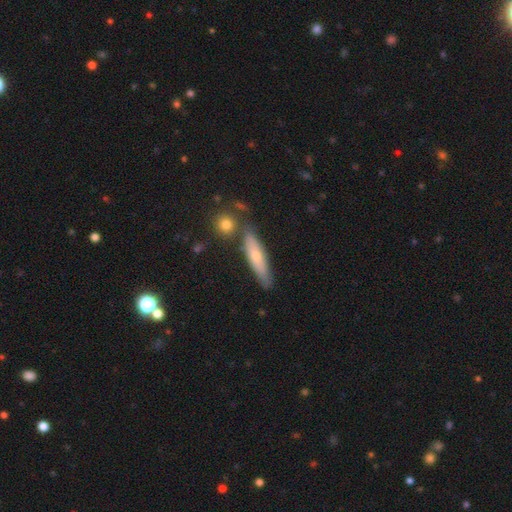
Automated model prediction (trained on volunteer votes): A smooth galaxy with no disk features (54%) that is cigar-shaped (77%).

Vote fractions:
- Smooth or featured? smooth: 54% / featured or disk: 39% / star or artifact: 7%
- How rounded? cigar-shaped: 77% / in between: 21% / round: 2%
- Merging? none: 75% / minor disturbance: 15% / merger: 7% / major disturbance: 3%